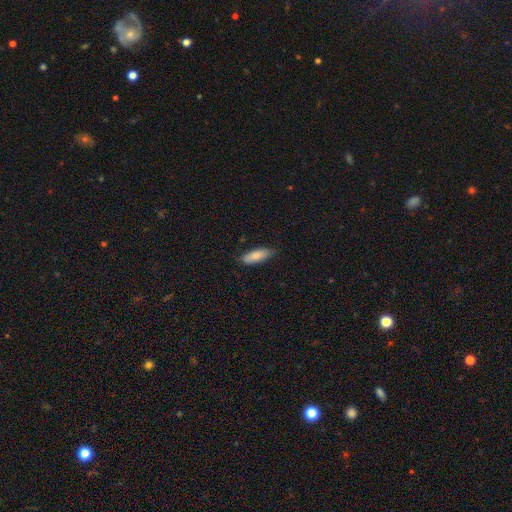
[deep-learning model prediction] Morphology: type=smooth (82%); roundness=in between (62%); merging=none (81%).